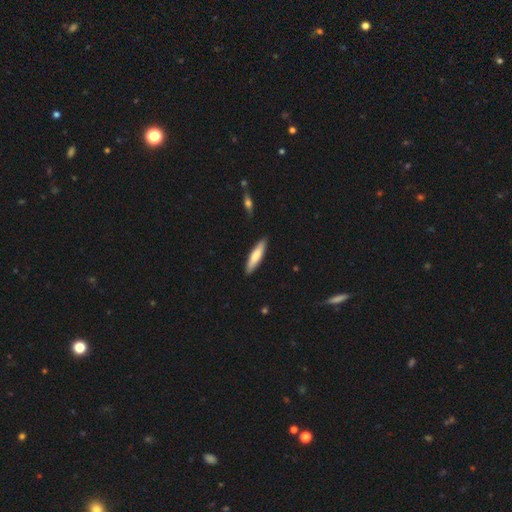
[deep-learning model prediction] A smooth galaxy with no disk features (73%) that is cigar-shaped (76%). Merging: none (88%).